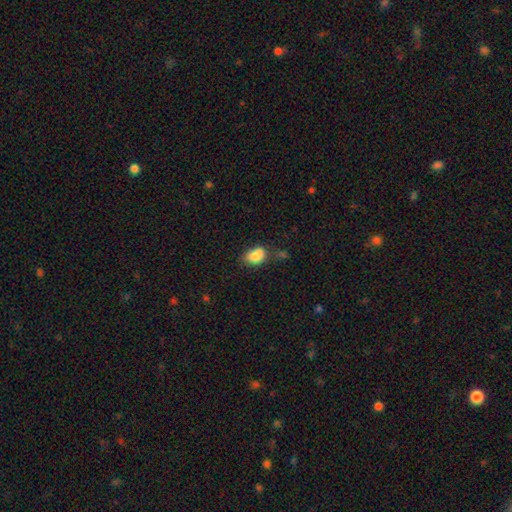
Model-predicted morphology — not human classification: Smooth or featured? smooth (80%)
How rounded? in between (74%)
Merging? none (46%)